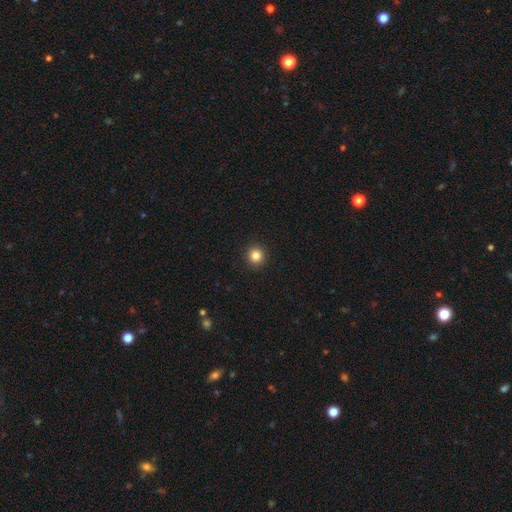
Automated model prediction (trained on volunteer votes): A smooth galaxy with no disk features (84%) that is round (94%).

Vote fractions:
- Smooth or featured? smooth: 84% / star or artifact: 11% / featured or disk: 4%
- How rounded? round: 94% / in between: 5% / cigar-shaped: 1%
- Merging? none: 93% / minor disturbance: 4% / major disturbance: 2% / merger: 1%